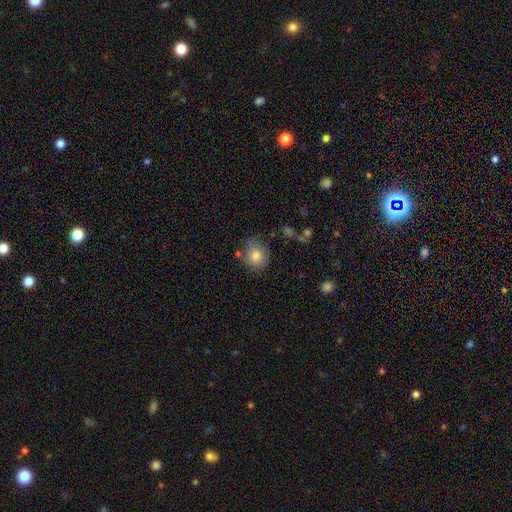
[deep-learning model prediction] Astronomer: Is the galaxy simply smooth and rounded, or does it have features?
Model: smooth — 80%.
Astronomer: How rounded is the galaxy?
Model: round — 79%.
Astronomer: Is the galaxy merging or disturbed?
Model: none — 74%.